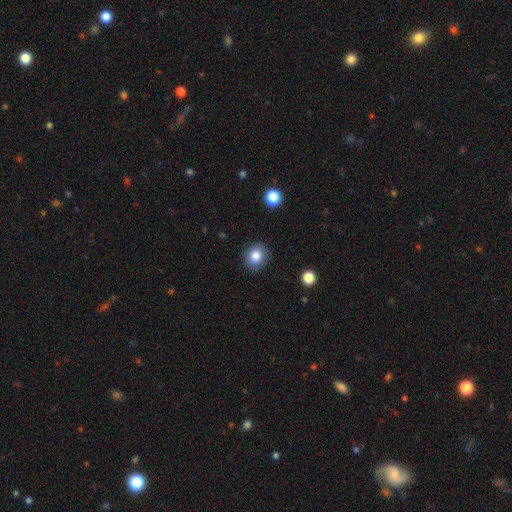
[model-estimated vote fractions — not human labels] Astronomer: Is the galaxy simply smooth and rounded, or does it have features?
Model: smooth — 84%.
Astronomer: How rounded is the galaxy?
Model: round — 76%.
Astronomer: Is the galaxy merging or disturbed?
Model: none — 86%.